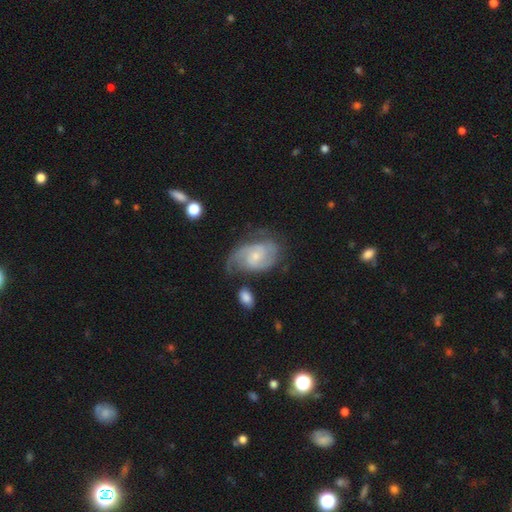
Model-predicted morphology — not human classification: Smooth or featured? featured or disk (82%)
Edge-on disk? no (97%)
Bar? no (53%)
Spiral arms? yes (95%)
Spiral winding? medium (45%)
Spiral arm count? 2 (68%)
Bulge size? small (59%)
Merging? none (56%)